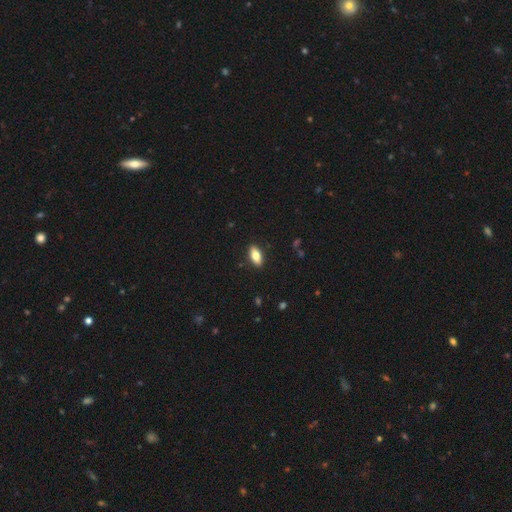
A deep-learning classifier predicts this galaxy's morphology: Q: Smooth or featured?
A: smooth (75%); runner-up: featured or disk (18%)
Q: How rounded?
A: in between (85%); runner-up: cigar-shaped (13%)
Q: Merging?
A: none (89%); runner-up: minor disturbance (8%)